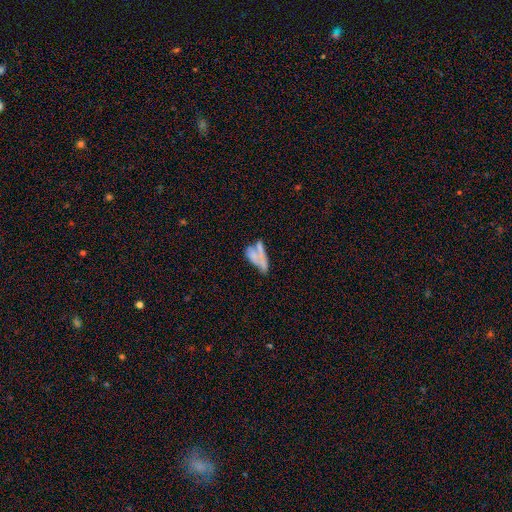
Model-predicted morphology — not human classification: This is possibly a smooth galaxy (52%). How rounded: likely in between (69%). Merging: possibly merger (49%).